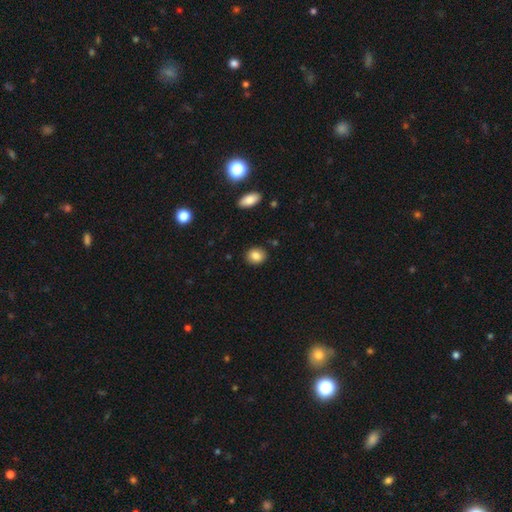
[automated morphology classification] type=smooth (85%); roundness=round (63%); merging=none (89%).